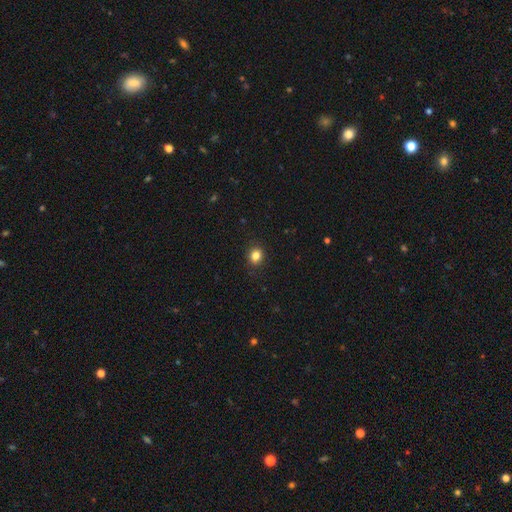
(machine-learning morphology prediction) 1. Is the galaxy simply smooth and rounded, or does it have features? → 83% smooth, 12% star or artifact, 5% featured or disk.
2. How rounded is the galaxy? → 77% round, 22% in between, 1% cigar-shaped.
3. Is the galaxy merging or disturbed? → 90% none, 7% minor disturbance, 2% major disturbance, 1% merger.